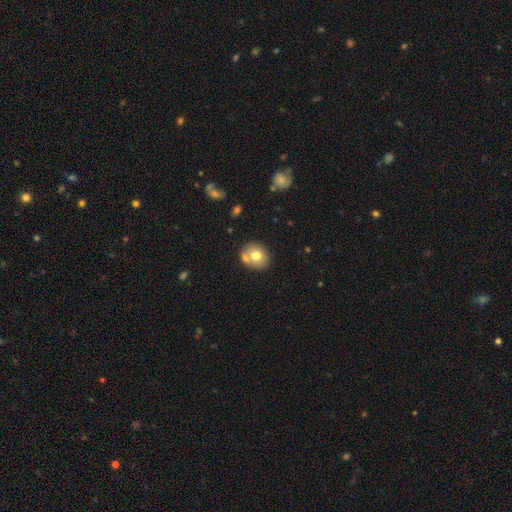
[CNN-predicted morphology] This is likely a smooth galaxy (71%). How rounded: likely round (67%). Merging: possibly none (60%).